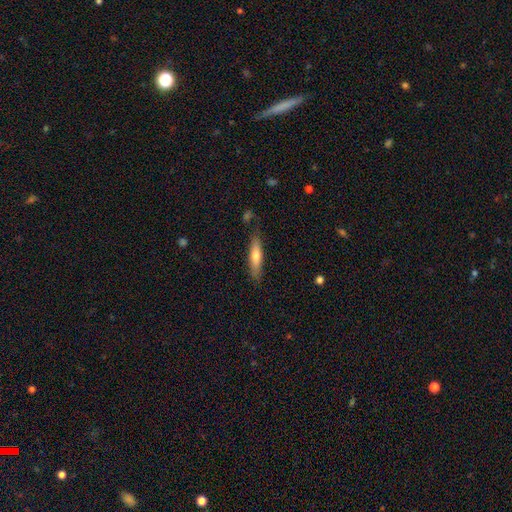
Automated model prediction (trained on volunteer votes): Overall: smooth (63%; featured or disk 31%). How rounded: cigar-shaped (78%). Merging: none (80%).